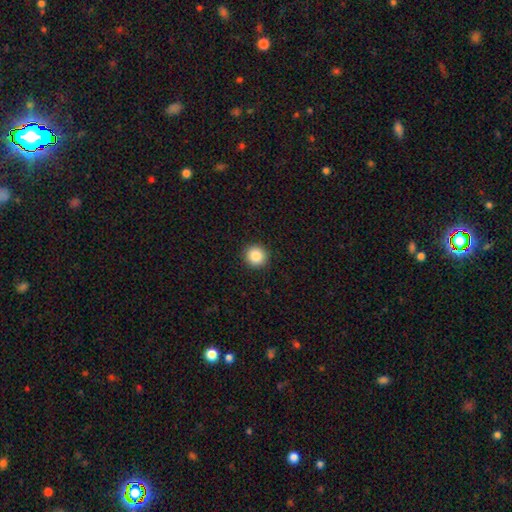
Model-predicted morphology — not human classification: Smooth or featured? Predicted: smooth (p=0.86). How rounded? Predicted: round (p=0.94). Merging? Predicted: none (p=0.93).